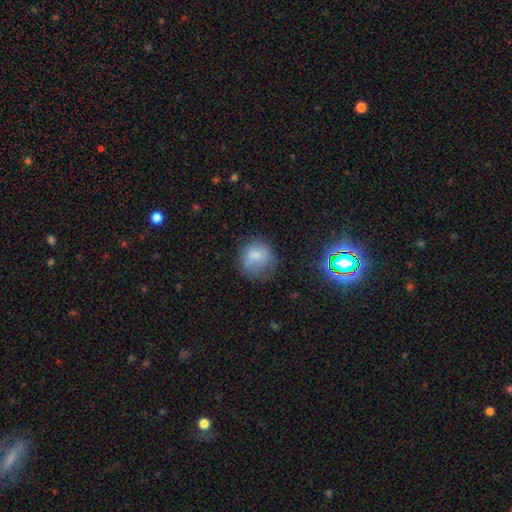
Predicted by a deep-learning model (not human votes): This appears to be a smooth galaxy with no disk features (73%) that is round (76%). Merging: none (53%).